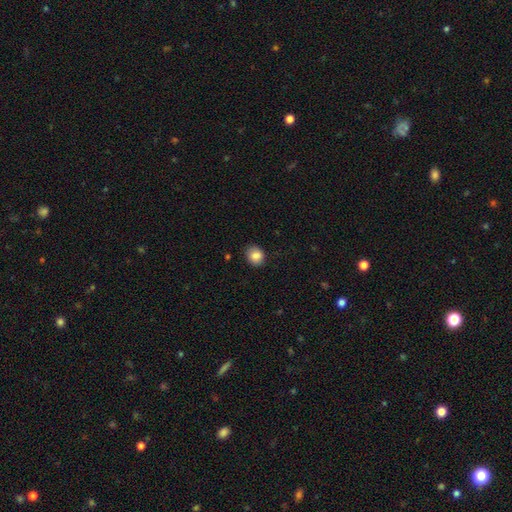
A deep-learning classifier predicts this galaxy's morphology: smooth 85%, star or artifact 9%, featured or disk 6%. Down the decision tree: how rounded — round (67%); merging — none (84%).